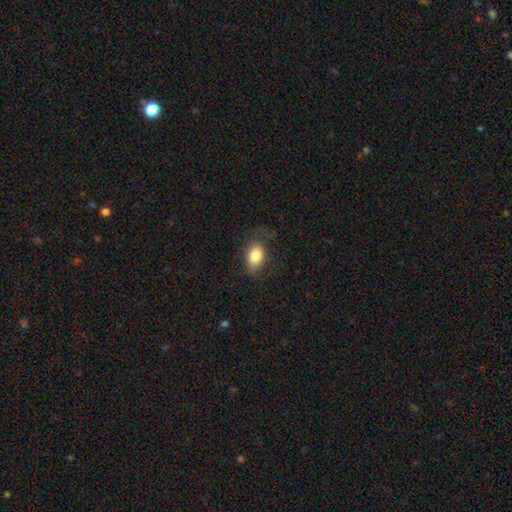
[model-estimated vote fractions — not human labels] This is likely a smooth galaxy (80%). How rounded: clearly in between (85%). Merging: likely none (67%).